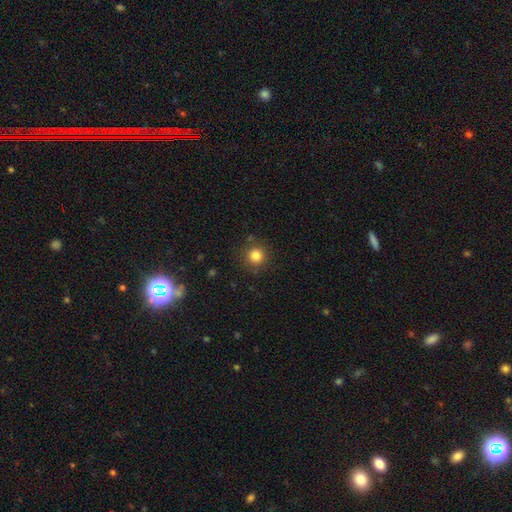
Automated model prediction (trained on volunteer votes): Overall: smooth (82%). How rounded: round (94%). Merging: none (87%).